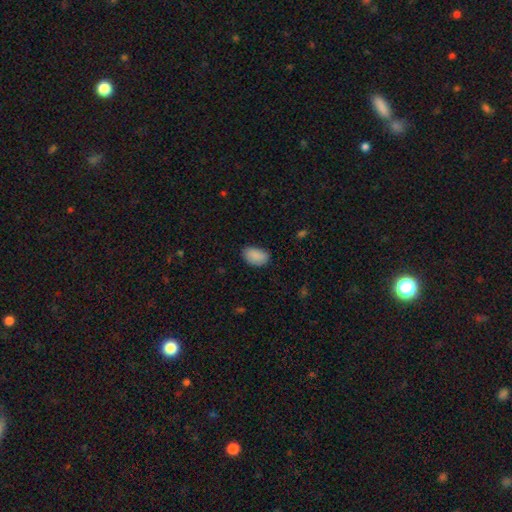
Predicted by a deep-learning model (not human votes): This appears to be a smooth galaxy with no disk features (89%) that is in between round and cigar-shaped (92%). Merging: none (81%).